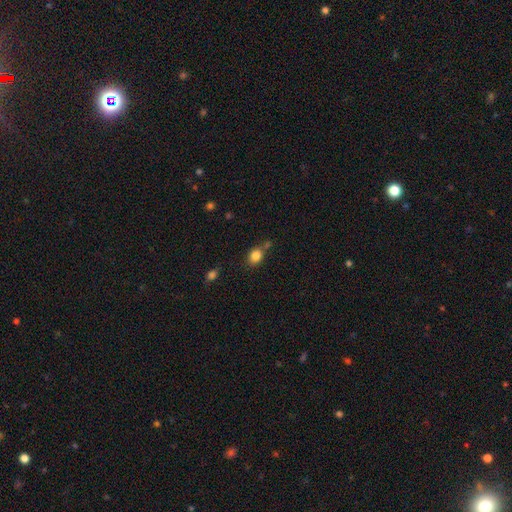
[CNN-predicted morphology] A smooth galaxy with no disk features (83%) that is round (50%).

Vote fractions:
- Smooth or featured? smooth: 83% / star or artifact: 11% / featured or disk: 6%
- How rounded? round: 50% / in between: 49% / cigar-shaped: 1%
- Merging? none: 61% / minor disturbance: 18% / merger: 16% / major disturbance: 5%